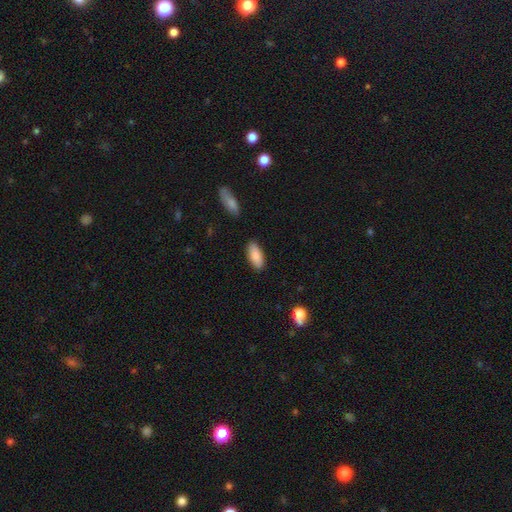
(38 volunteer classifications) Smooth or featured? 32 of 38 (84%) said smooth. How rounded? 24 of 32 (75%) said in between. Merging? 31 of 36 (86%) said none.